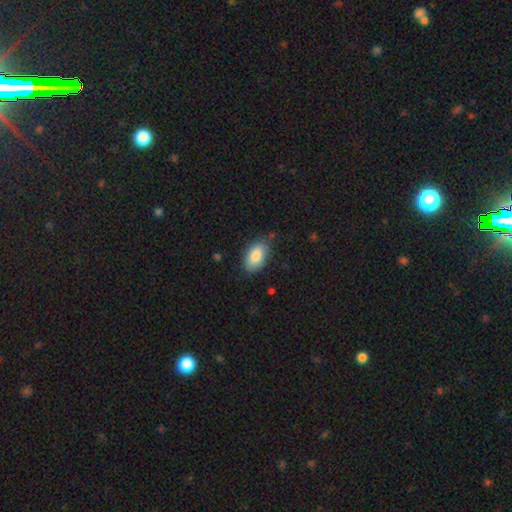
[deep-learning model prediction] smooth-or-featured: smooth: 85% | featured or disk: 8% | star or artifact: 6%
  how-rounded: in between: 94% | round: 4% | cigar-shaped: 2%
  merging: none: 80% | minor disturbance: 16% | major disturbance: 3% | merger: 2%